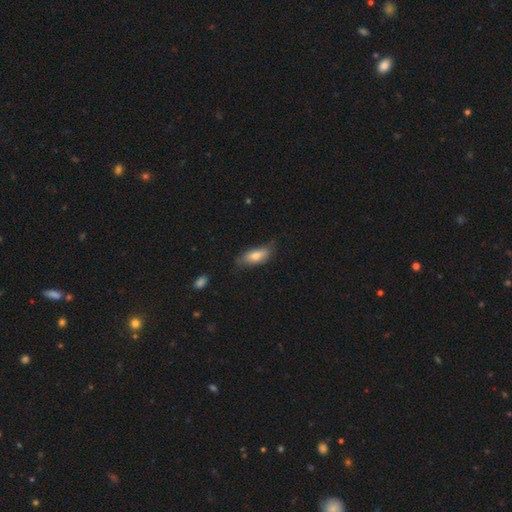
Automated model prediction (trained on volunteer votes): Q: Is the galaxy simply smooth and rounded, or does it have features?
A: smooth — 74%.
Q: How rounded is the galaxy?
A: in between — 77%.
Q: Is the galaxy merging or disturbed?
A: none — 67%.